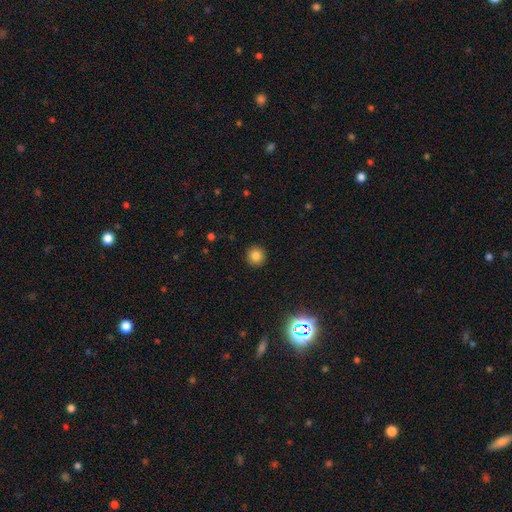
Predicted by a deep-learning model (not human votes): Smooth or featured?
  - smooth: 82% *
  - star or artifact: 12%
  - featured or disk: 6%
How rounded?
  - round: 94% *
  - in between: 5%
  - cigar-shaped: 1%
Merging?
  - none: 93% *
  - minor disturbance: 5%
  - major disturbance: 2%
  - merger: 1%